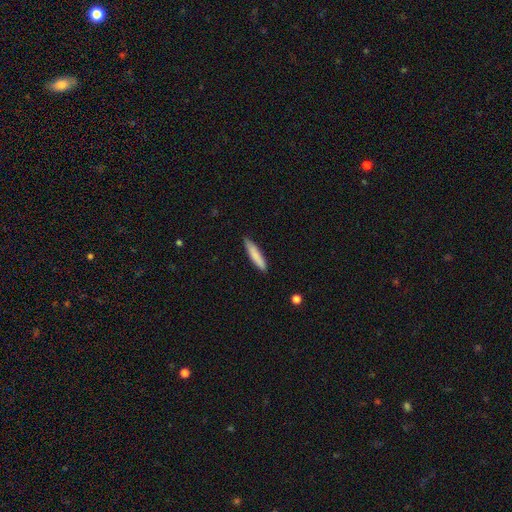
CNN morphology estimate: The model was most divided on "smooth or featured": smooth: 82%, featured or disk: 12%, star or artifact: 6%. More confident: how rounded — cigar-shaped (87%); merging — none (85%).